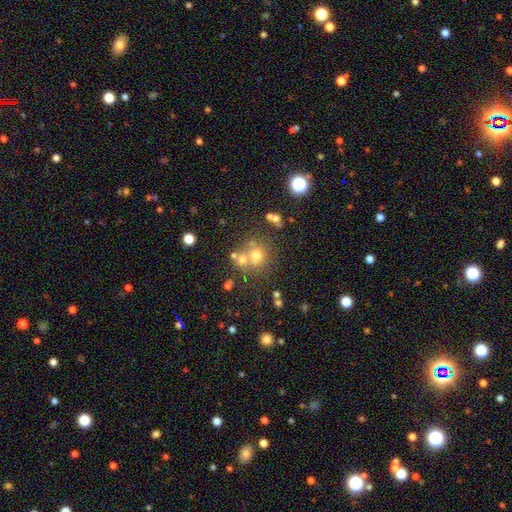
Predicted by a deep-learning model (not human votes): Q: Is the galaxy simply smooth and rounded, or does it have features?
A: smooth — 59%.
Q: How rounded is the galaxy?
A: round — 84%.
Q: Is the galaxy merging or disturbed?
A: none — 53%.